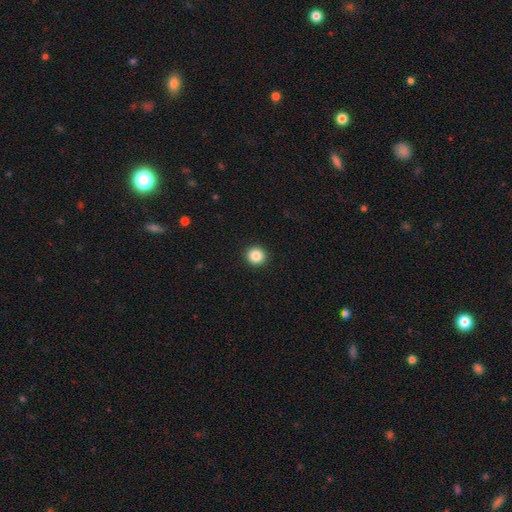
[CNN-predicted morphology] smooth 86%, star or artifact 10%, featured or disk 4%. Down the decision tree: how rounded — round (93%); merging — none (93%).